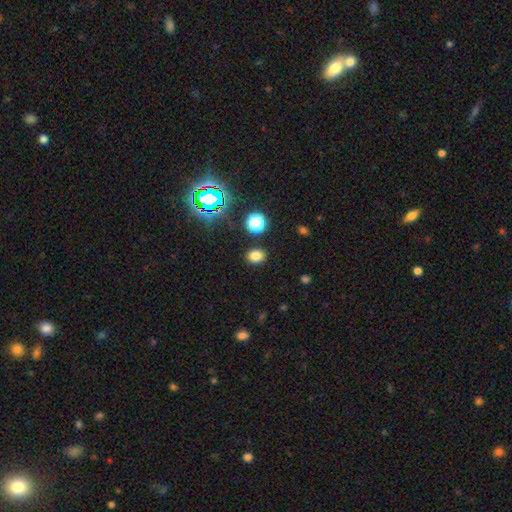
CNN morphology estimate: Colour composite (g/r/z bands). It shows a smooth galaxy with no disk features (77%) that is in between round and cigar-shaped (50%). Merging: none (88%).